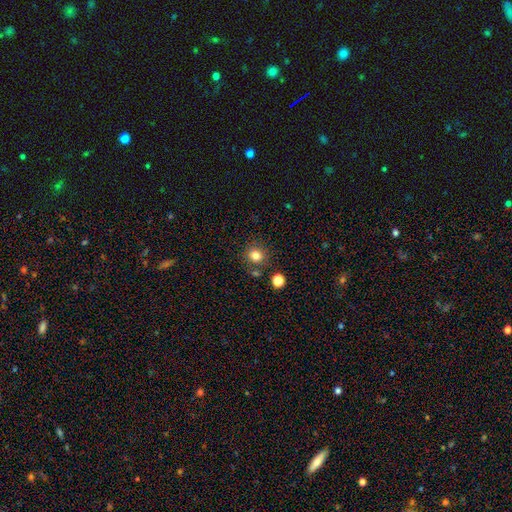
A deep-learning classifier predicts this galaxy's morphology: The model was most divided on "smooth or featured": smooth: 82%, star or artifact: 12%, featured or disk: 6%. More confident: how rounded — round (86%); merging — none (80%).